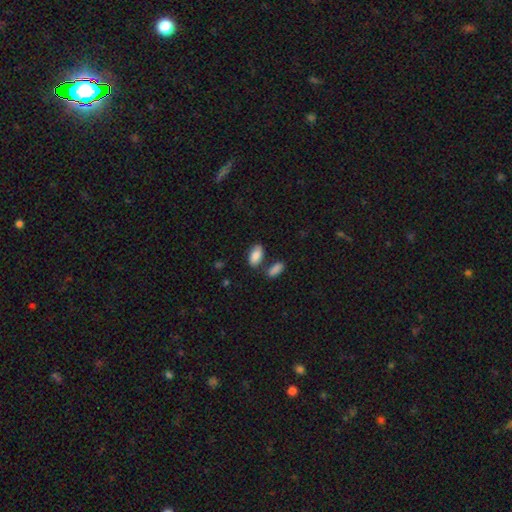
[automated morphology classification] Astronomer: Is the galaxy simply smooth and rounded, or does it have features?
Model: smooth — 88%.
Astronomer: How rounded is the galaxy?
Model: in between — 92%.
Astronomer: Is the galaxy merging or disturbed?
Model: none — 68%.